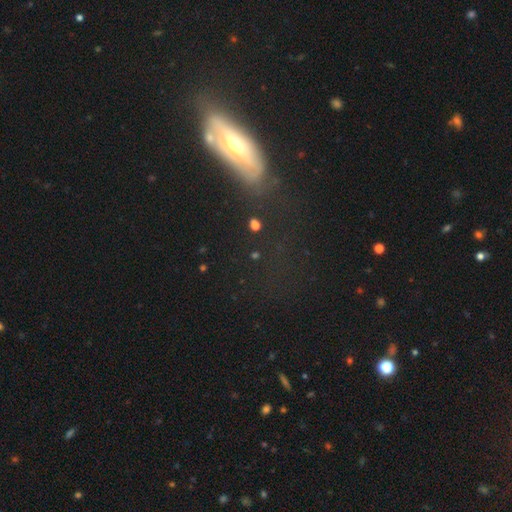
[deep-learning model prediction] Smooth or featured? Predicted: star or artifact (p=0.42).